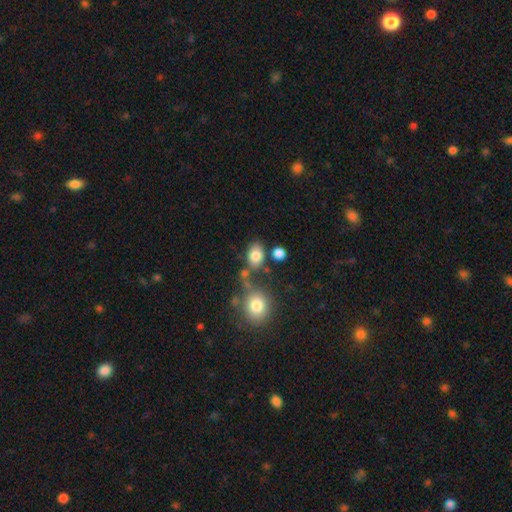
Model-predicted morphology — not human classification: type=smooth (82%); roundness=in between (70%); merging=none (62%).